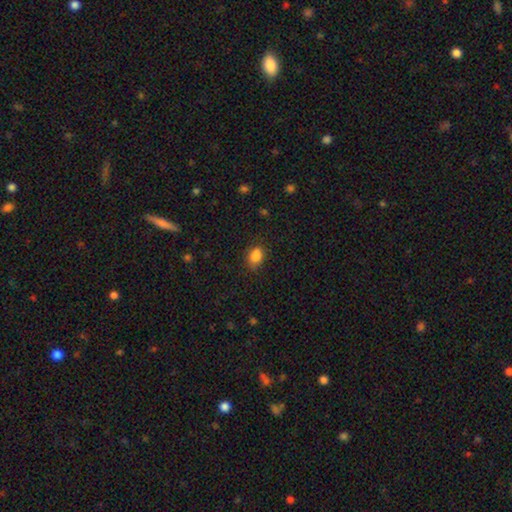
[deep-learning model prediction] smooth_or_featured: smooth (p=0.85) [alt: star or artifact p=0.10]
how_rounded: in between (p=0.75) [alt: round p=0.24]
merging: none (p=0.69) [alt: minor disturbance p=0.22]